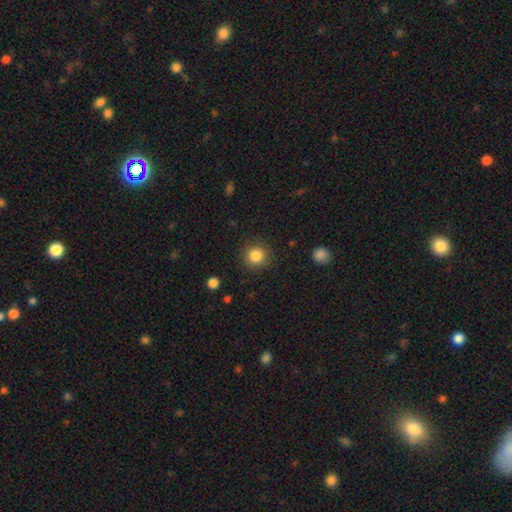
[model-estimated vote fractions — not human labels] Smooth or featured: smooth — 85% (star or artifact — 10%)
How rounded: round — 93% (in between — 6%)
Merging: none — 88% (minor disturbance — 8%)